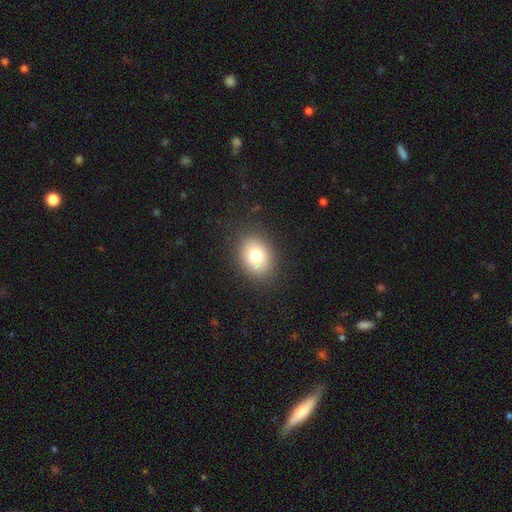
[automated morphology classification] A smooth galaxy with no disk features (76%) that is in between round and cigar-shaped (61%).

Vote fractions:
- Smooth or featured? smooth: 76% / featured or disk: 15% / star or artifact: 10%
- How rounded? in between: 61% / round: 38% / cigar-shaped: 1%
- Merging? none: 85% / minor disturbance: 10% / major disturbance: 3% / merger: 1%